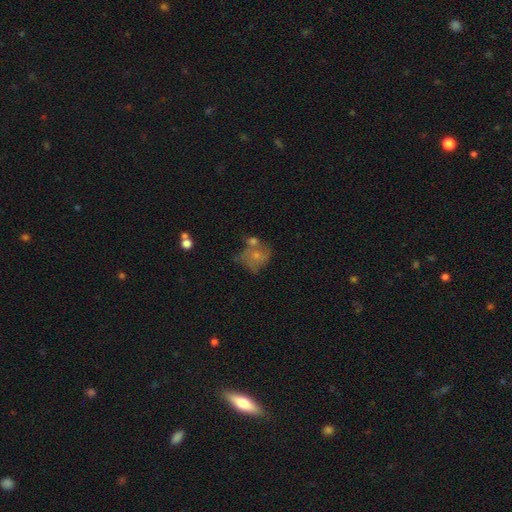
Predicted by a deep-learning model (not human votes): Overall: smooth (55%; featured or disk 34%). How rounded: round (63%; in between 36%). Merging: none (33%; merger 30%).